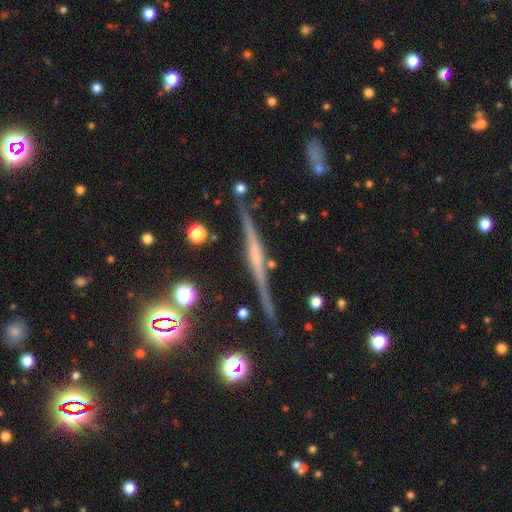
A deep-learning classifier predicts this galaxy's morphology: smooth-or-featured: featured or disk: 75% | smooth: 14% | star or artifact: 11%
  disk-edge-on: yes: 97% | no: 3%
    edge-on-bulge: rounded: 41% | none: 34% | boxy: 24%
  merging: none: 84% | minor disturbance: 11% | merger: 3% | major disturbance: 2%